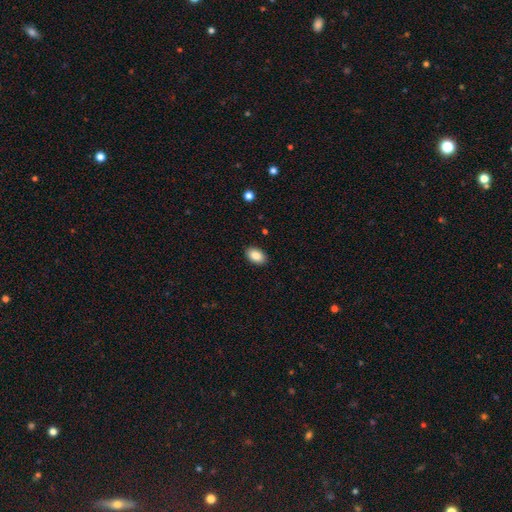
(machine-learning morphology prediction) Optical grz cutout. It shows a smooth galaxy with no disk features (88%) that is in between round and cigar-shaped (90%). Merging: none (90%).